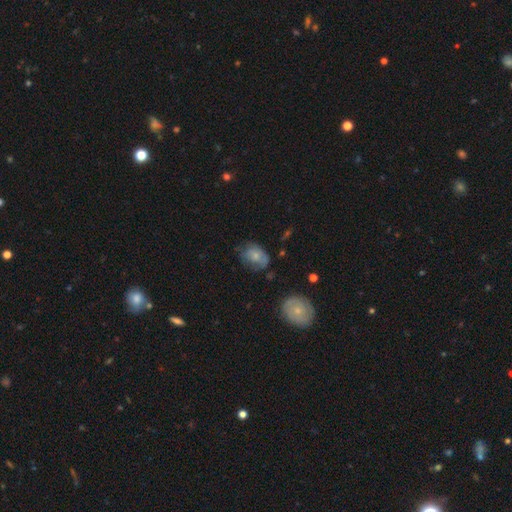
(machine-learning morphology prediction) type=smooth (60%); roundness=in between (75%); merging=none (48%).